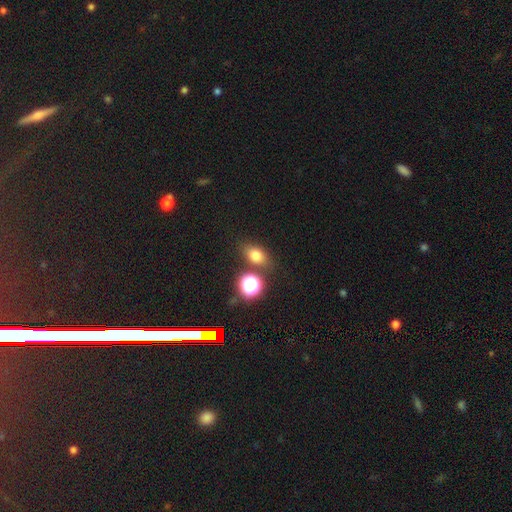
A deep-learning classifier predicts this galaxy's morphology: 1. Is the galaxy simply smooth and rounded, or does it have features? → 73% smooth, 18% star or artifact, 10% featured or disk.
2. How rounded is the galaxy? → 65% in between, 33% round, 2% cigar-shaped.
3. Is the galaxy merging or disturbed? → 75% none, 12% minor disturbance, 9% merger, 4% major disturbance.